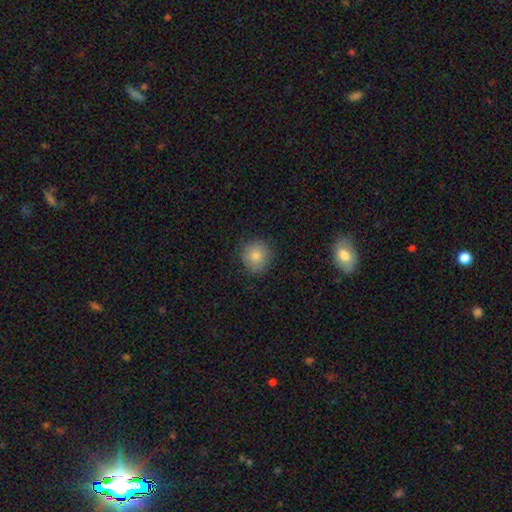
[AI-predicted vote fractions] smooth-or-featured: smooth: 82% | star or artifact: 10% | featured or disk: 8%
  how-rounded: round: 89% | in between: 10% | cigar-shaped: 1%
  merging: none: 84% | minor disturbance: 12% | major disturbance: 3% | merger: 1%